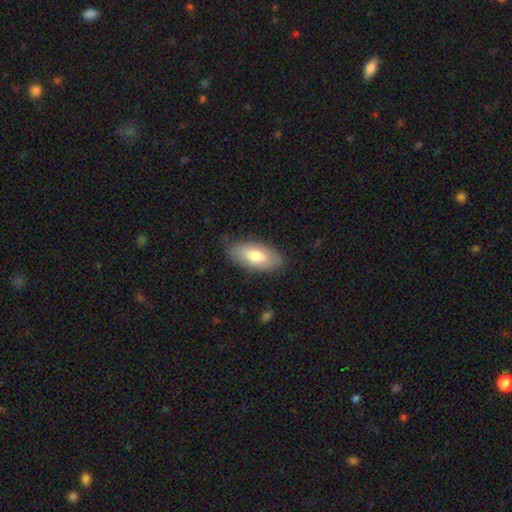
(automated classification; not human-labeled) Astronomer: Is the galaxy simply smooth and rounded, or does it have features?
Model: smooth — 73%.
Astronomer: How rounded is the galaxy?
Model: in between — 89%.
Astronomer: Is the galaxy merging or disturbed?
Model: none — 80%.